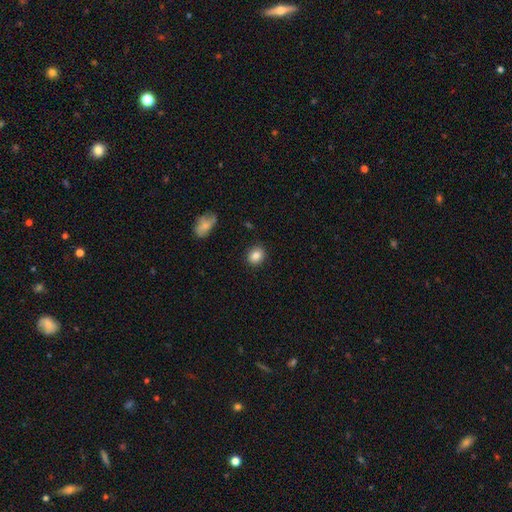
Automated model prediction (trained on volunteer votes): A smooth galaxy with no disk features (85%) that is round (51%). Merging: none (87%).